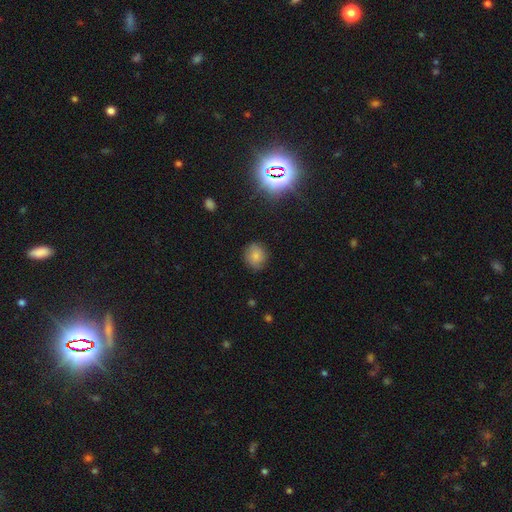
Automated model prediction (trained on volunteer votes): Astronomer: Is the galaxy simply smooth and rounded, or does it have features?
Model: smooth — 78%.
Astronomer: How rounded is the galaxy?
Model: round — 80%.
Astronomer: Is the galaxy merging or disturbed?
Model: none — 83%.